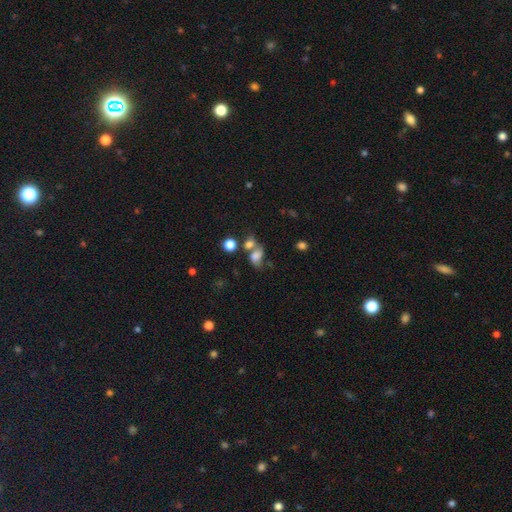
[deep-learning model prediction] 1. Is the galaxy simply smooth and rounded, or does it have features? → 67% smooth, 18% featured or disk, 15% star or artifact.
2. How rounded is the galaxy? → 74% in between, 24% round, 2% cigar-shaped.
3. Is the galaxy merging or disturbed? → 41% merger, 30% none, 16% minor disturbance, 13% major disturbance.